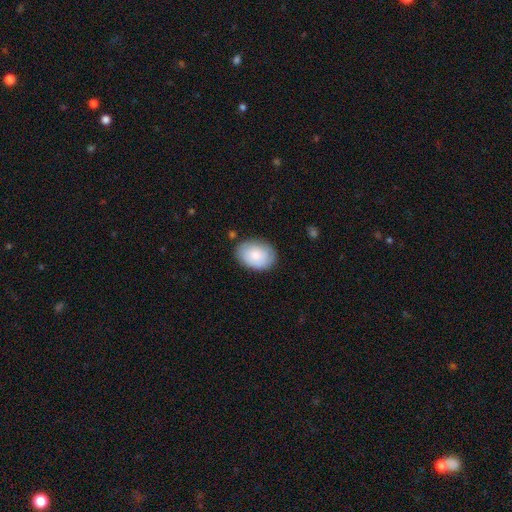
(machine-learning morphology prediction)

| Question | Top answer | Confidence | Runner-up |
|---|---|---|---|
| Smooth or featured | smooth | 78% | featured or disk (15%) |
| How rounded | in between | 78% | round (21%) |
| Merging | none | 80% | minor disturbance (15%) |